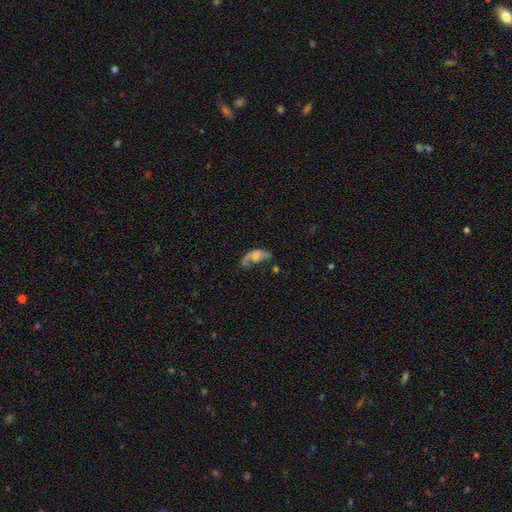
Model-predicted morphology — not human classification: Smooth or featured? Predicted: featured or disk (p=0.52). Edge-on disk? Predicted: no (p=0.89). Merging? Predicted: major disturbance (p=0.42).